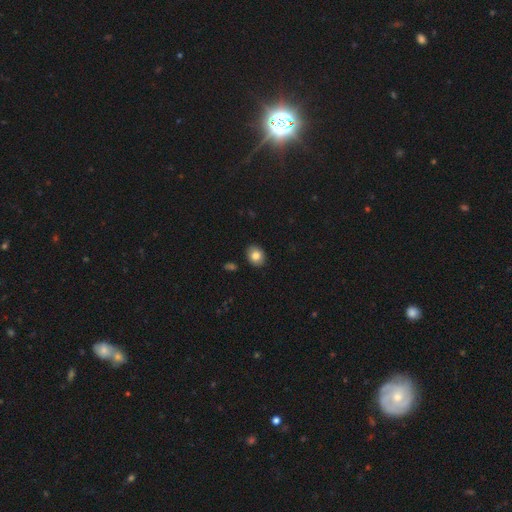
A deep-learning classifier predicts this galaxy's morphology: Smooth or featured: smooth — 82% (featured or disk — 10%)
How rounded: in between — 54% (round — 45%)
Merging: none — 89% (minor disturbance — 8%)